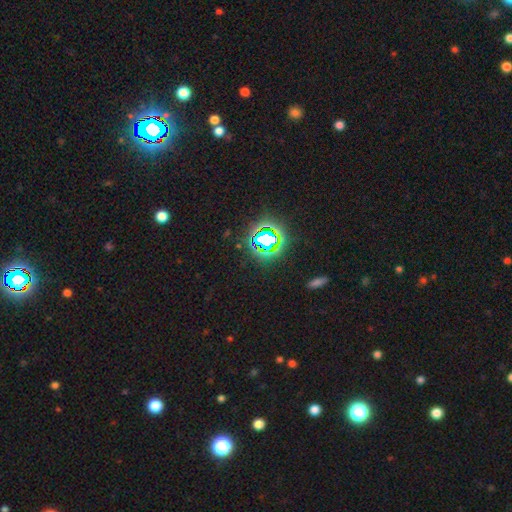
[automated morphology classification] Smooth or featured: star or artifact — 79% (smooth — 14%)